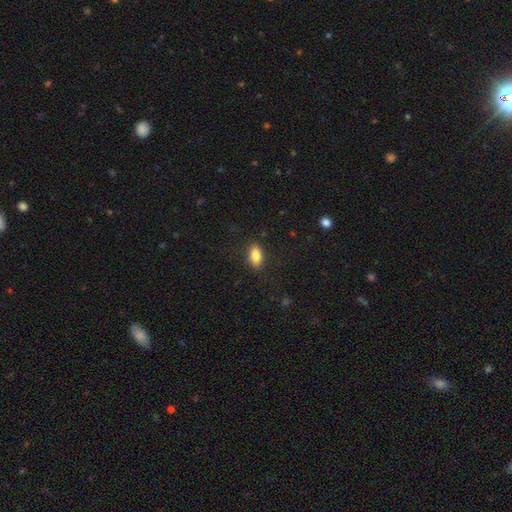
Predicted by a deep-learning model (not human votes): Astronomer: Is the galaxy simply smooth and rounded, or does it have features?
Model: smooth — 81%.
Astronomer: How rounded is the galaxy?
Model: in between — 88%.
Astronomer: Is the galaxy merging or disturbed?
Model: none — 86%.